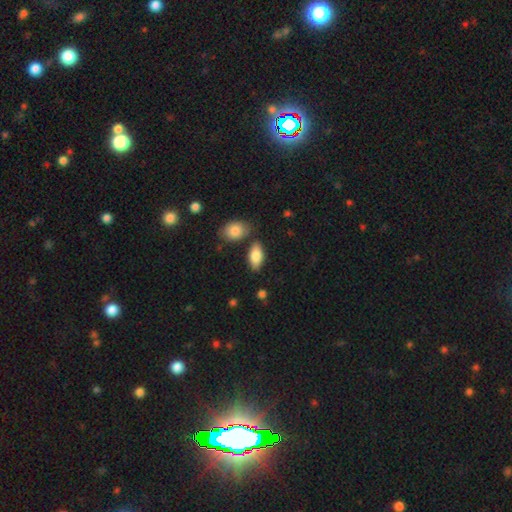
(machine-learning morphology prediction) Smooth or featured: smooth — 83% (featured or disk — 10%)
How rounded: in between — 91% (cigar-shaped — 6%)
Merging: none — 76% (minor disturbance — 11%)